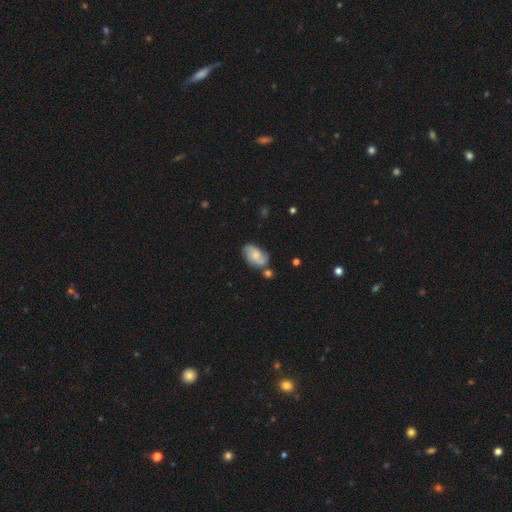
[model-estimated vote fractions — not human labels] A featured or disk galaxy (49%).

Vote fractions:
- Smooth or featured? featured or disk: 49% / smooth: 43% / star or artifact: 8%
- Merging? none: 59% / minor disturbance: 22% / merger: 13% / major disturbance: 6%